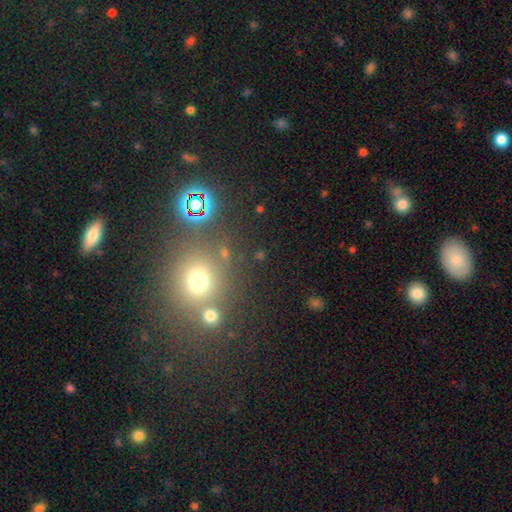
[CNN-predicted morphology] A smooth galaxy with no disk features (47%).

Vote fractions:
- Smooth or featured? smooth: 47% / star or artifact: 44% / featured or disk: 9%
- Merging? none: 73% / merger: 13% / minor disturbance: 10% / major disturbance: 5%